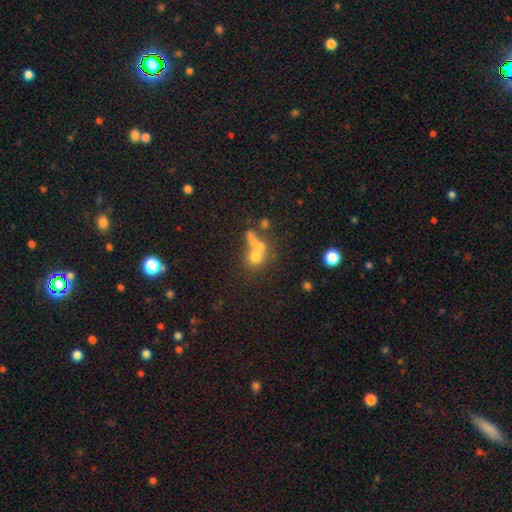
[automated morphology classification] smooth_or_featured: smooth (p=0.61) [alt: featured or disk p=0.21]
how_rounded: round (p=0.76) [alt: in between p=0.21]
merging: merger (p=0.48) [alt: none p=0.34]